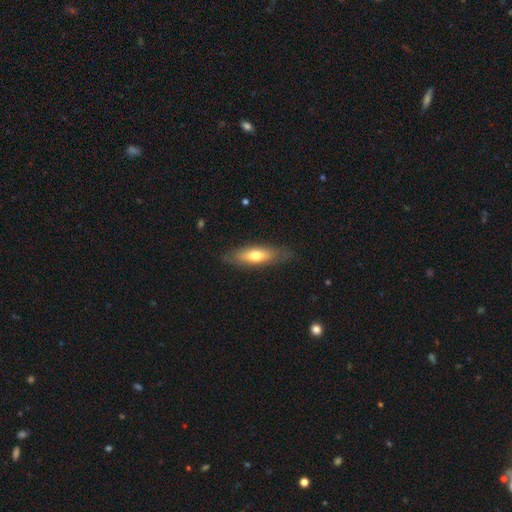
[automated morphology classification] The model was most divided on "how rounded": in between: 49%, cigar-shaped: 48%, round: 2%. More confident: merging — none (81%); smooth or featured — smooth (60%).